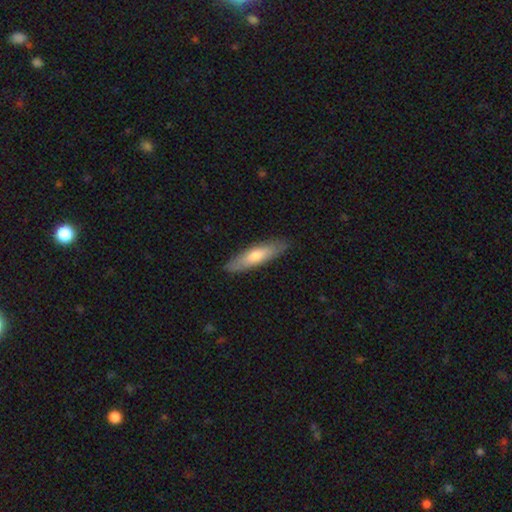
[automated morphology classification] smooth-or-featured: smooth: 64% | featured or disk: 31% | star or artifact: 5%
  how-rounded: cigar-shaped: 70% | in between: 28% | round: 2%
  merging: none: 88% | minor disturbance: 10% | major disturbance: 2% | merger: 1%